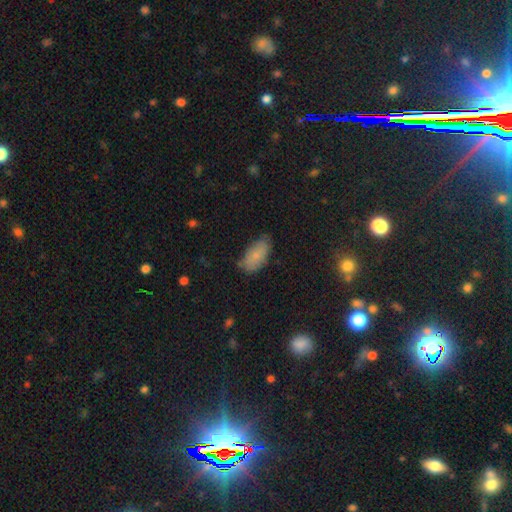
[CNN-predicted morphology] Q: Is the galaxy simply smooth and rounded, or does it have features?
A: smooth — 78%.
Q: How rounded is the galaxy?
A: in between — 92%.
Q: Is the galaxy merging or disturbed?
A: none — 71%.